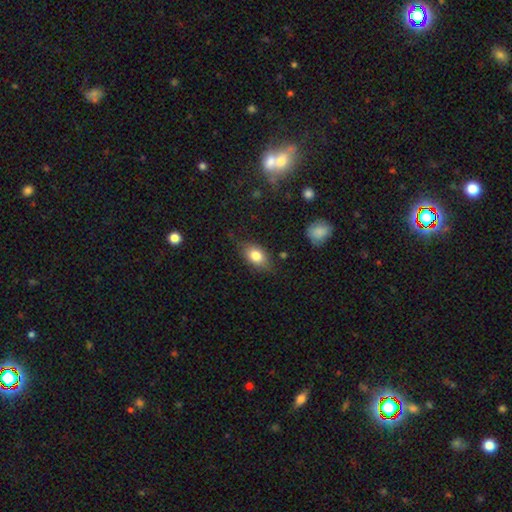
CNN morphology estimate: A smooth galaxy with no disk features (81%) that is in between round and cigar-shaped (86%).

Vote fractions:
- Smooth or featured? smooth: 81% / featured or disk: 12% / star or artifact: 8%
- How rounded? in between: 86% / round: 12% / cigar-shaped: 3%
- Merging? none: 76% / minor disturbance: 18% / major disturbance: 4% / merger: 2%